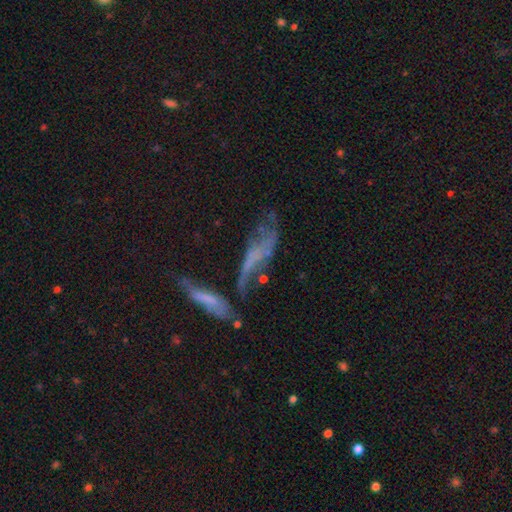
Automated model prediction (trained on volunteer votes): Smooth or featured? featured or disk (50%)
Merging? merger (31%)